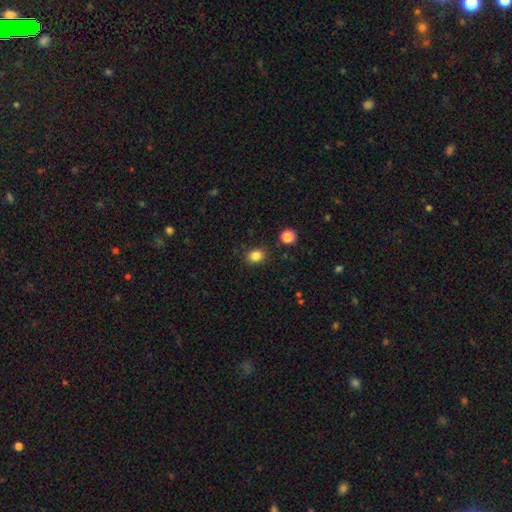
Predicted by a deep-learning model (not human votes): This appears to be a smooth galaxy with no disk features (84%) that is in between round and cigar-shaped (51%). Merging: none (85%).